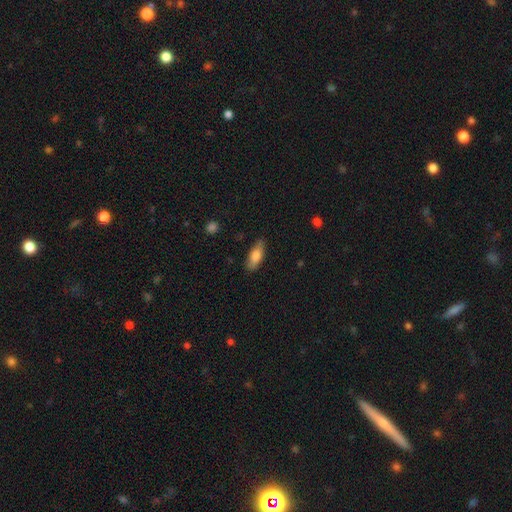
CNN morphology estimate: Overall: smooth (78%). How rounded: in between (69%). Merging: none (81%).